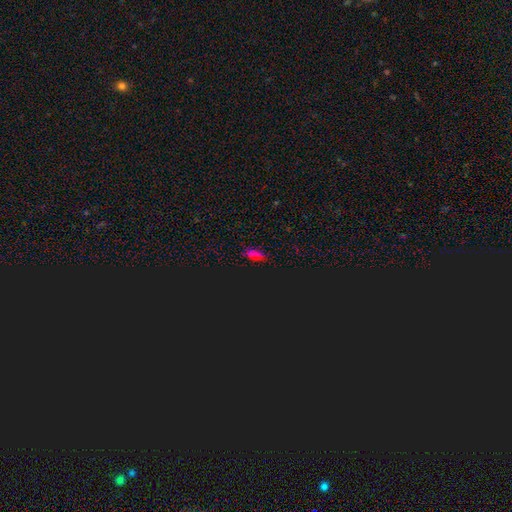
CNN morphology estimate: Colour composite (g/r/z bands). It shows a star or artifact, not a galaxy (50%).